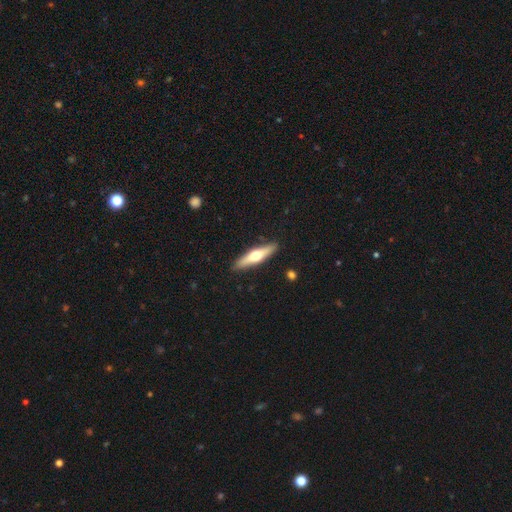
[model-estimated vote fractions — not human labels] Morphology: type=featured or disk (51%); edge-on=yes (91%); merging=none (90%).